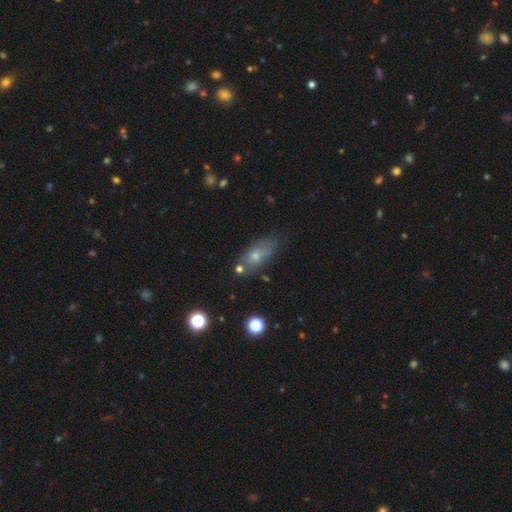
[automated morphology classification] This is possibly a smooth galaxy (59%). How rounded: likely in between (74%). Merging: likely none (69%).